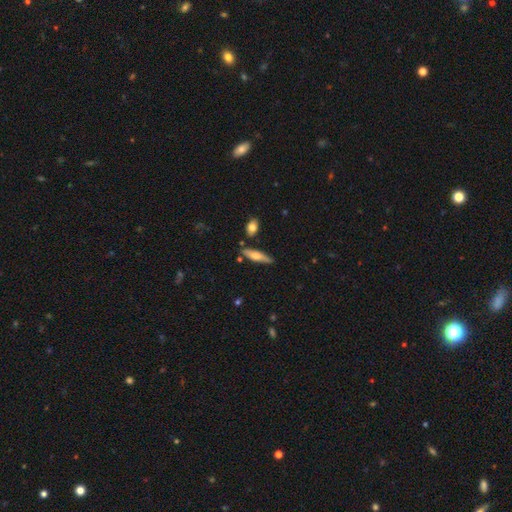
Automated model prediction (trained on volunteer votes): Smooth or featured? smooth (54%)
How rounded? cigar-shaped (69%)
Merging? none (79%)